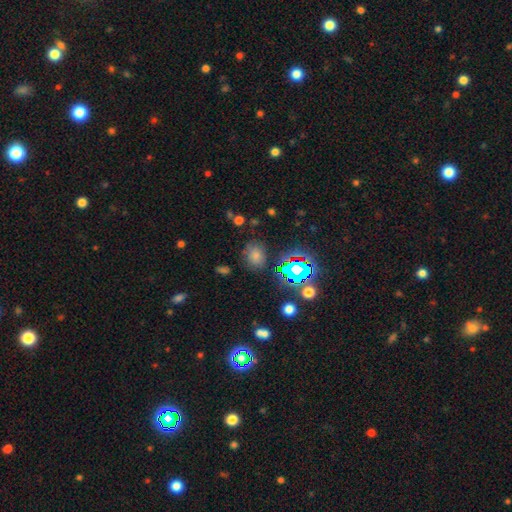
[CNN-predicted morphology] type=smooth (67%); roundness=round (51%); merging=none (75%).